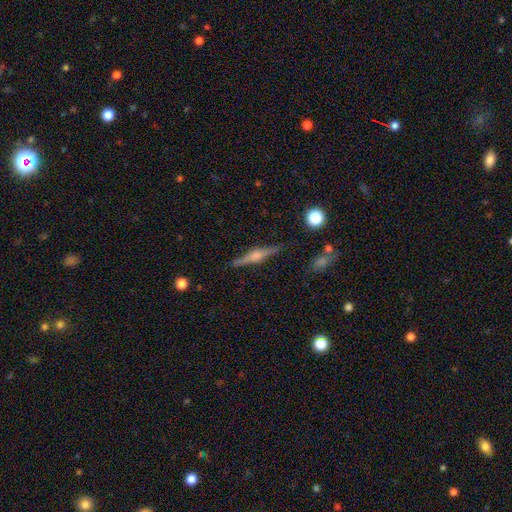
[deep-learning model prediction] Morphology: type=featured or disk (75%); edge-on=yes (98%); edge-on bulge=rounded (80%); merging=none (89%).